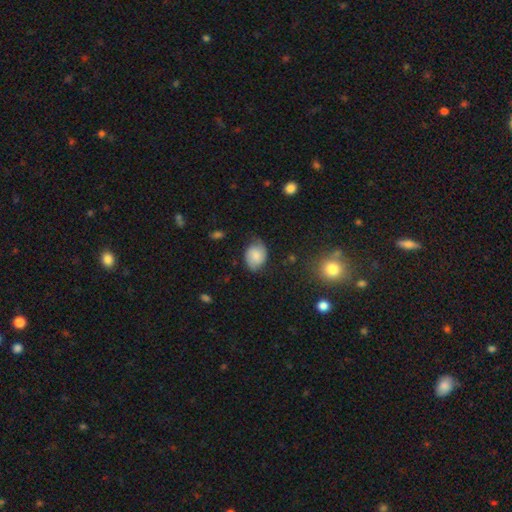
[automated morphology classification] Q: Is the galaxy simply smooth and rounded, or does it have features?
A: smooth — 68%.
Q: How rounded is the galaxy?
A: in between — 68%.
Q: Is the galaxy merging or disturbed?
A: none — 61%.